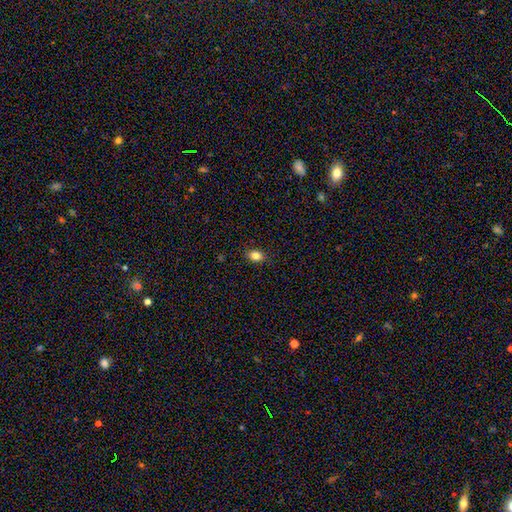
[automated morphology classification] smooth 83%, star or artifact 11%, featured or disk 7%. Down the decision tree: how rounded — in between (67%); merging — none (88%).